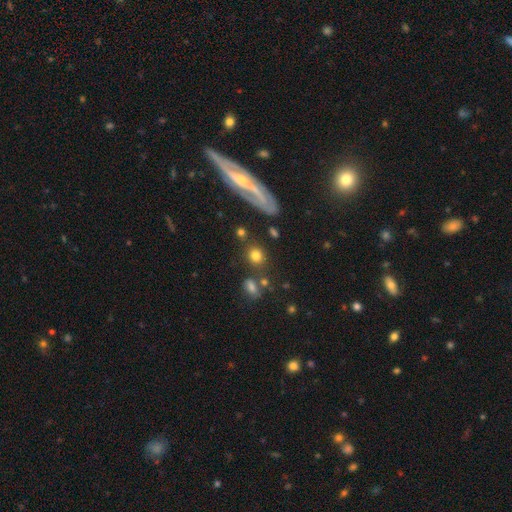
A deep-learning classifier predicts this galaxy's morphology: The model was most divided on "how rounded": round: 75%, in between: 22%, cigar-shaped: 3%. More confident: smooth or featured — smooth (77%); merging — none (73%).